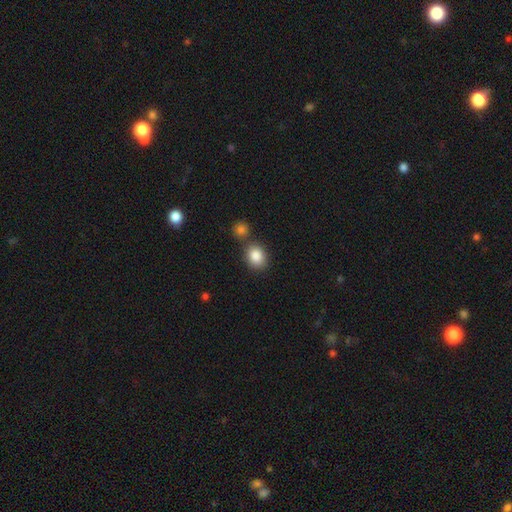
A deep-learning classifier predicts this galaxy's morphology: Smooth or featured? Predicted: smooth (p=0.86). How rounded? Predicted: round (p=0.53). Merging? Predicted: none (p=0.65).